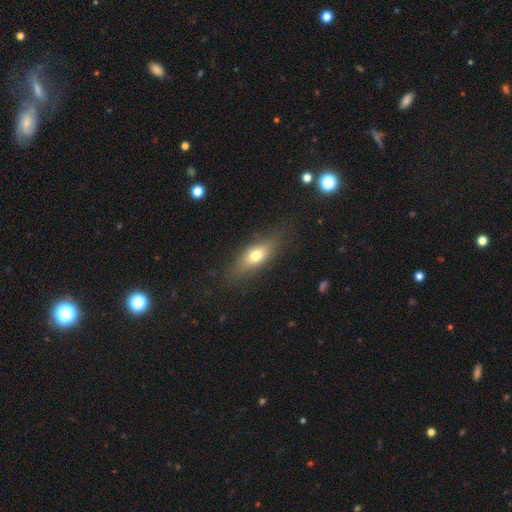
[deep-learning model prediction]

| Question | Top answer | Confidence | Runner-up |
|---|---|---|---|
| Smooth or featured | smooth | 64% | featured or disk (27%) |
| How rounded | in between | 64% | cigar-shaped (29%) |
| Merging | none | 79% | minor disturbance (14%) |